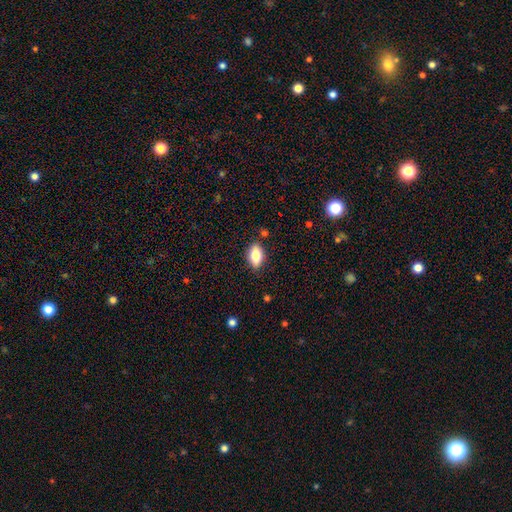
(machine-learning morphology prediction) The model was most divided on "smooth or featured": smooth: 80%, featured or disk: 13%, star or artifact: 8%. More confident: how rounded — in between (88%); merging — none (84%).